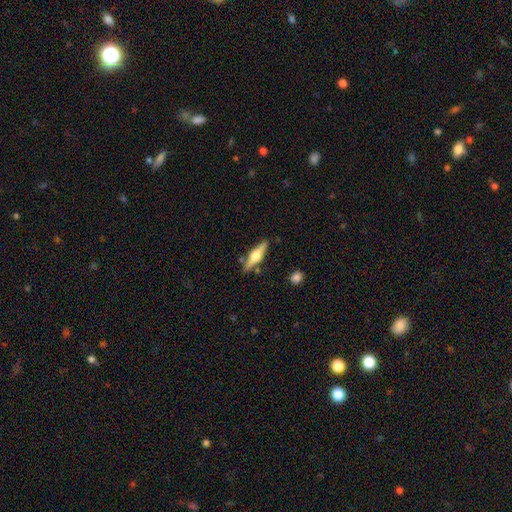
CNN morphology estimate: The model was most divided on "smooth or featured": featured or disk: 64%, smooth: 31%, star or artifact: 6%. More confident: edge-on disk — yes (96%); edge-on bulge — rounded (94%); merging — none (83%).